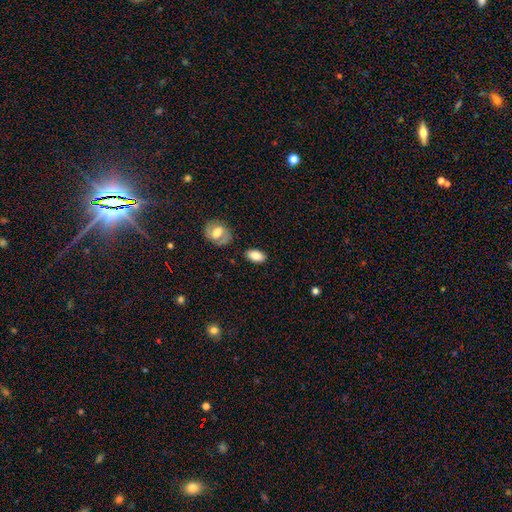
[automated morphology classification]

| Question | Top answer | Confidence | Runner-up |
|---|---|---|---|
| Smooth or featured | smooth | 83% | featured or disk (11%) |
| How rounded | in between | 92% | round (5%) |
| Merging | none | 83% | minor disturbance (12%) |